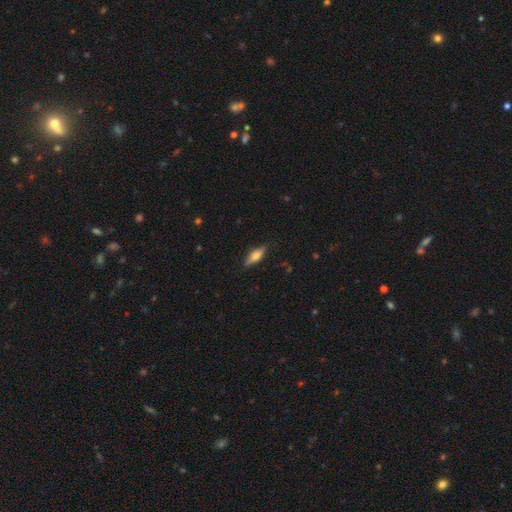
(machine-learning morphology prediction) Smooth or featured: smooth — 54% (featured or disk — 40%)
How rounded: in between — 55% (cigar-shaped — 42%)
Merging: none — 84% (minor disturbance — 12%)